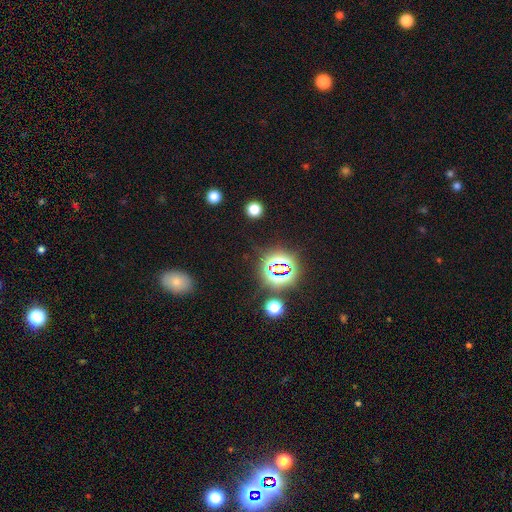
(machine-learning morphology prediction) Q: Smooth or featured?
A: star or artifact (72%); runner-up: smooth (20%)